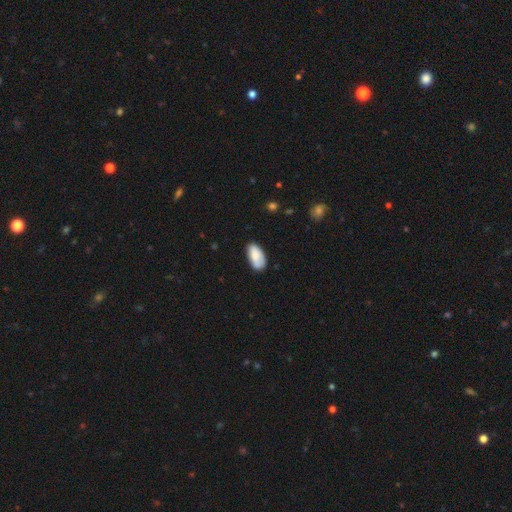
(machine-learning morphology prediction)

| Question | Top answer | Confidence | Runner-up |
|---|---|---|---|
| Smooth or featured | smooth | 82% | featured or disk (12%) |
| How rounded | in between | 94% | cigar-shaped (3%) |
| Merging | none | 72% | minor disturbance (22%) |